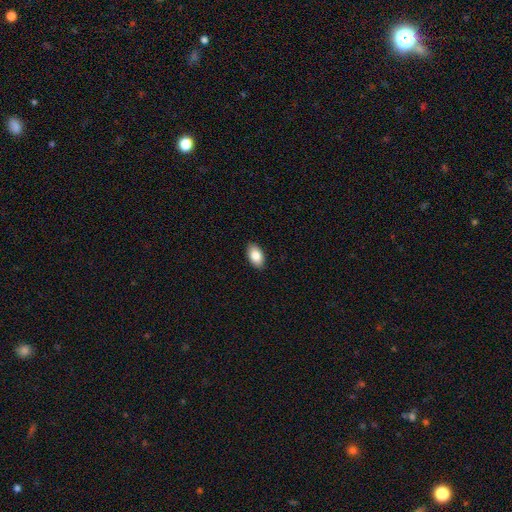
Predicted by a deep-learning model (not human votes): Overall: smooth (86%). How rounded: in between (93%). Merging: none (89%).